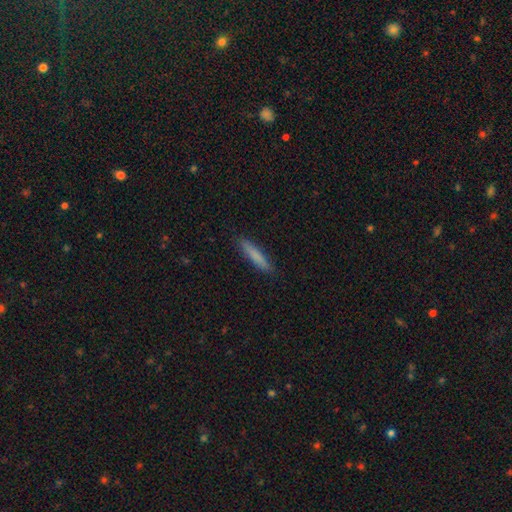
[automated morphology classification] smooth_or_featured: smooth (p=0.80) [alt: featured or disk p=0.14]
how_rounded: cigar-shaped (p=0.91) [alt: in between p=0.07]
merging: none (p=0.89) [alt: minor disturbance p=0.08]